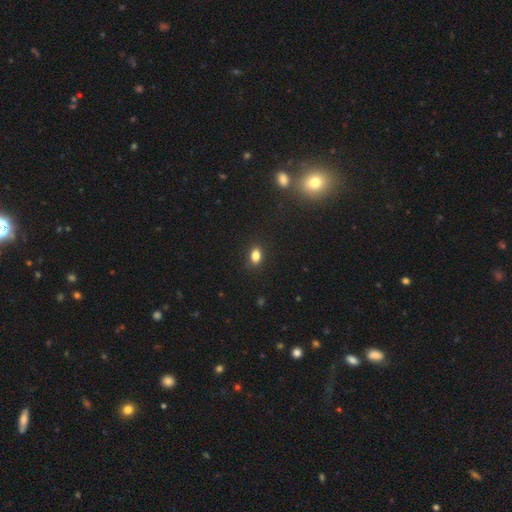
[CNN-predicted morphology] Smooth or featured?
  - smooth: 82% *
  - star or artifact: 12%
  - featured or disk: 6%
How rounded?
  - in between: 80% *
  - round: 17%
  - cigar-shaped: 3%
Merging?
  - none: 88% *
  - minor disturbance: 9%
  - major disturbance: 2%
  - merger: 1%